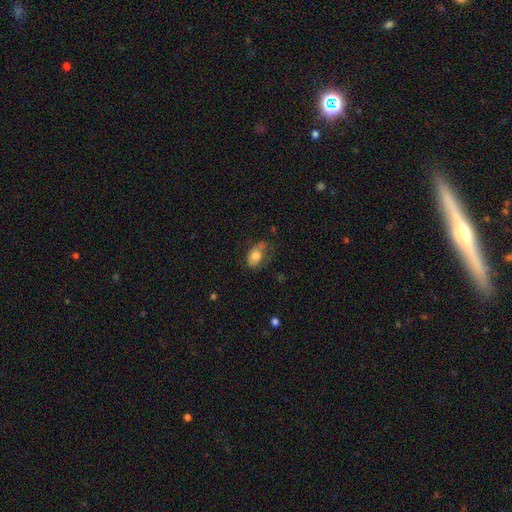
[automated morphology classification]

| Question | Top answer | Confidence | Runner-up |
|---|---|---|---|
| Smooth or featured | smooth | 70% | featured or disk (22%) |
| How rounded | in between | 88% | round (10%) |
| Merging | none | 39% | minor disturbance (33%) |